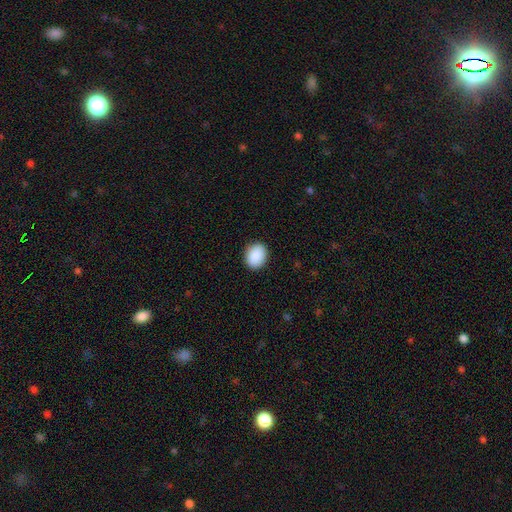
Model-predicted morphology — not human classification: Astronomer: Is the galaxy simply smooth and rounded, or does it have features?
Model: smooth — 91%.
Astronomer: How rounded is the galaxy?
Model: in between — 62% (runner-up: round, 37%).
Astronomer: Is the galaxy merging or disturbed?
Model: none — 90%.